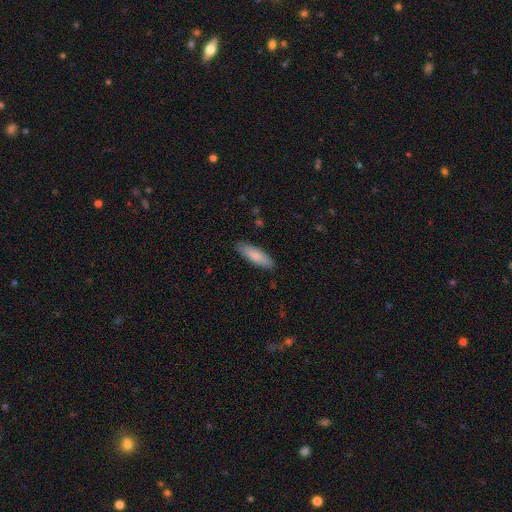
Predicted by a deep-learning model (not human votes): A smooth galaxy with no disk features (83%) that is in between round and cigar-shaped (50%).

Vote fractions:
- Smooth or featured? smooth: 83% / featured or disk: 12% / star or artifact: 5%
- How rounded? in between: 50% / cigar-shaped: 49% / round: 1%
- Merging? none: 87% / minor disturbance: 10% / major disturbance: 2% / merger: 1%